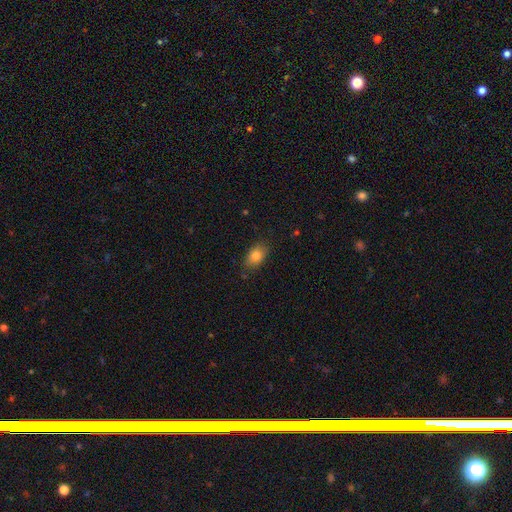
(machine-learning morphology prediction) Smooth or featured? smooth (81%)
How rounded? in between (84%)
Merging? none (81%)